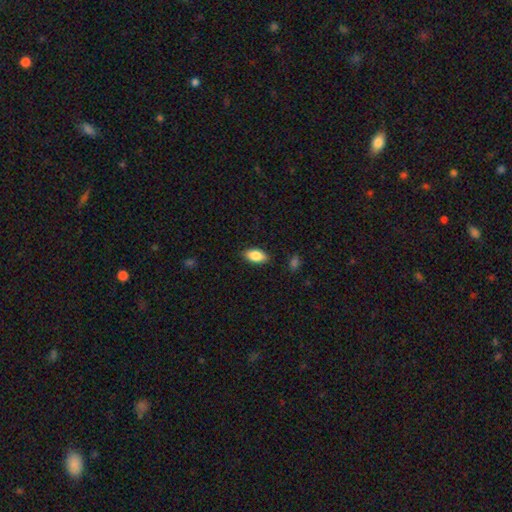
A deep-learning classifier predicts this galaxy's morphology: A smooth galaxy with no disk features (84%) that is in between round and cigar-shaped (91%).

Vote fractions:
- Smooth or featured? smooth: 84% / featured or disk: 9% / star or artifact: 7%
- How rounded? in between: 91% / cigar-shaped: 6% / round: 3%
- Merging? none: 87% / minor disturbance: 10% / major disturbance: 2% / merger: 1%